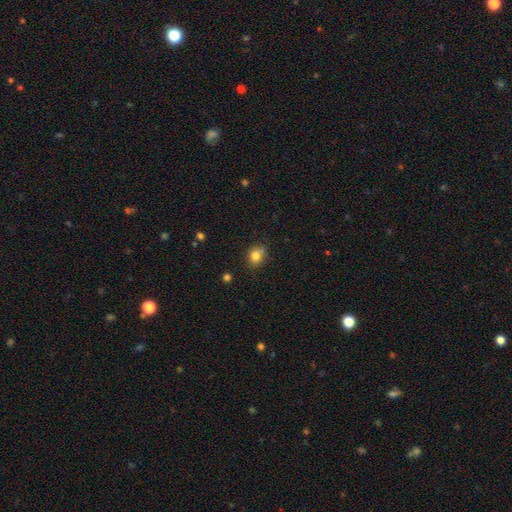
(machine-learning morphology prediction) Smooth or featured? smooth (82%)
How rounded? round (54%)
Merging? none (67%)